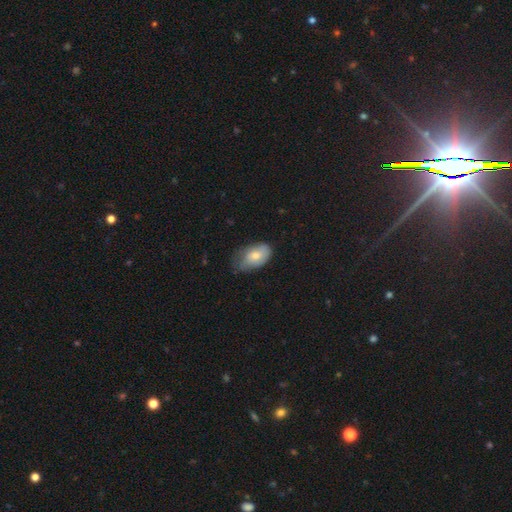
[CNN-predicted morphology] Overall: smooth (70%). How rounded: in between (91%). Merging: none (46%; minor disturbance 41%).